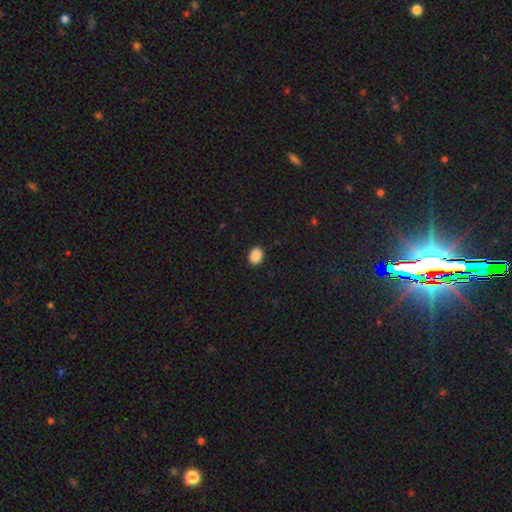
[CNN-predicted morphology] smooth-or-featured: smooth: 89% | star or artifact: 8% | featured or disk: 3%
  how-rounded: in between: 68% | round: 32% | cigar-shaped: 1%
  merging: none: 91% | minor disturbance: 6% | major disturbance: 2% | merger: 1%